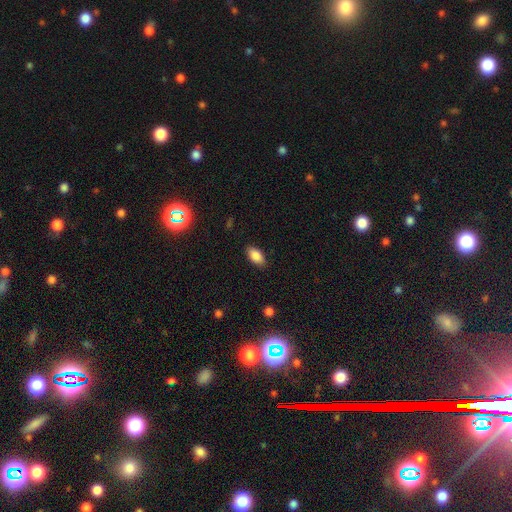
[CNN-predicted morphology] Q: Smooth or featured?
A: smooth (87%); runner-up: star or artifact (8%)
Q: How rounded?
A: in between (93%); runner-up: cigar-shaped (4%)
Q: Merging?
A: none (85%); runner-up: minor disturbance (12%)